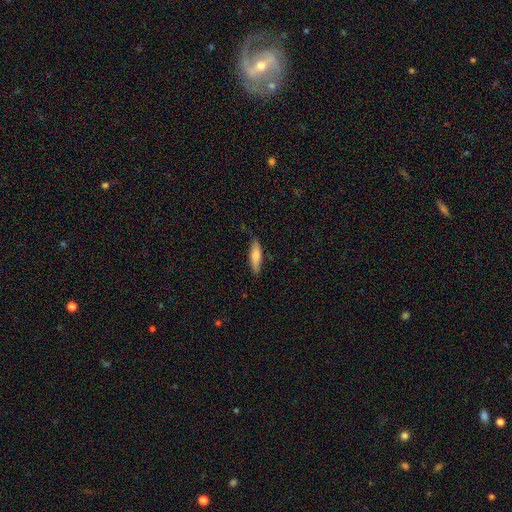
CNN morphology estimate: This is likely a smooth galaxy (78%). How rounded: likely cigar-shaped (67%). Merging: clearly none (84%).